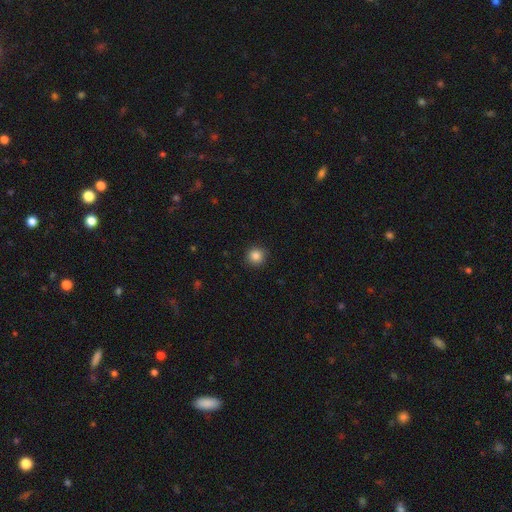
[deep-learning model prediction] Smooth or featured?
  - smooth: 85% *
  - star or artifact: 10%
  - featured or disk: 4%
How rounded?
  - round: 93% *
  - in between: 6%
  - cigar-shaped: 1%
Merging?
  - none: 91% *
  - minor disturbance: 6%
  - major disturbance: 2%
  - merger: 1%